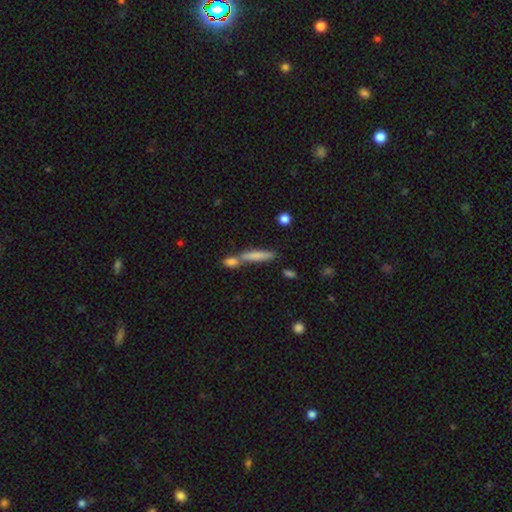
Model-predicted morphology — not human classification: Smooth or featured? smooth (72%)
How rounded? cigar-shaped (85%)
Merging? none (53%)